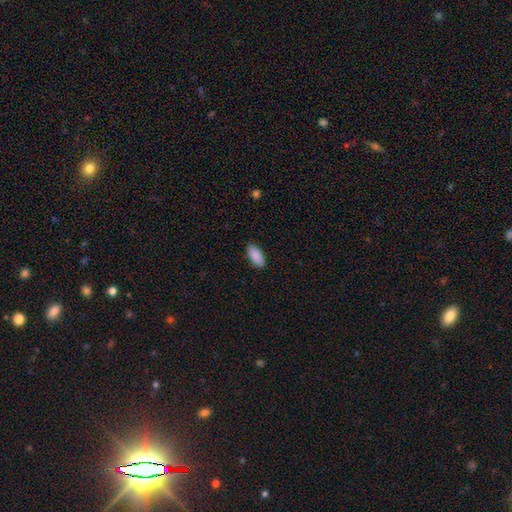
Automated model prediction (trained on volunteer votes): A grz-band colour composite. It shows a smooth galaxy with no disk features (90%) that is in between round and cigar-shaped (90%). Merging: none (89%).